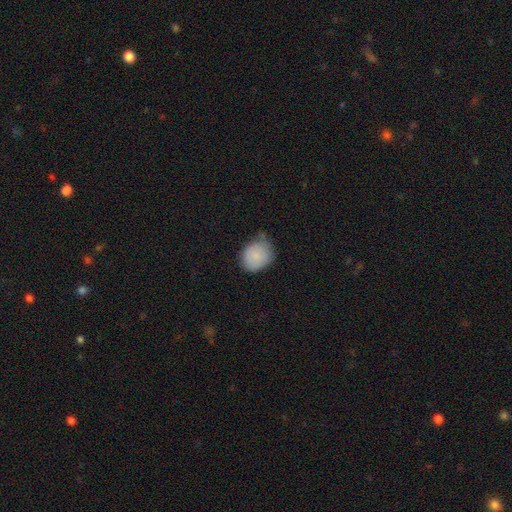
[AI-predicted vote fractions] Q: Smooth or featured?
A: smooth (85%); runner-up: featured or disk (8%)
Q: How rounded?
A: round (51%); runner-up: in between (48%)
Q: Merging?
A: none (49%); runner-up: minor disturbance (40%)